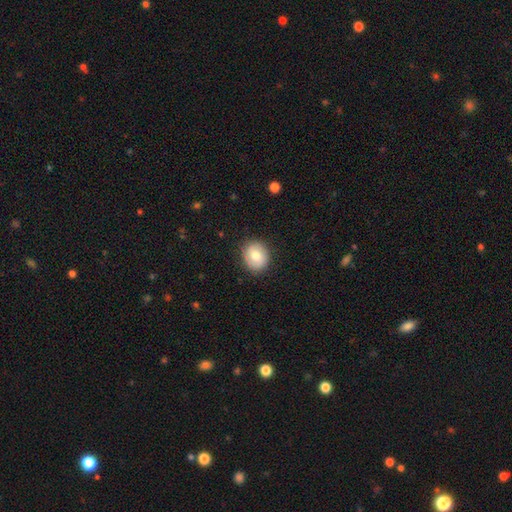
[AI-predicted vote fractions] Overall: smooth (71%). How rounded: round (72%). Merging: none (85%).